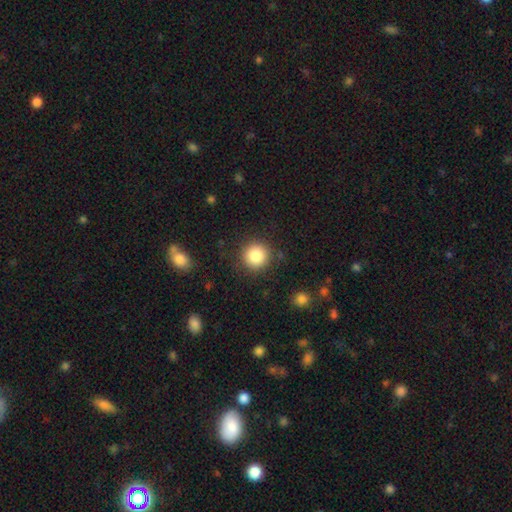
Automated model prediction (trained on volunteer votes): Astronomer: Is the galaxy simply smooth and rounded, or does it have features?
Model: smooth — 85%.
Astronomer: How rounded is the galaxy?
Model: round — 94%.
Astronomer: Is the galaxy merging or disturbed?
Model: none — 88%.